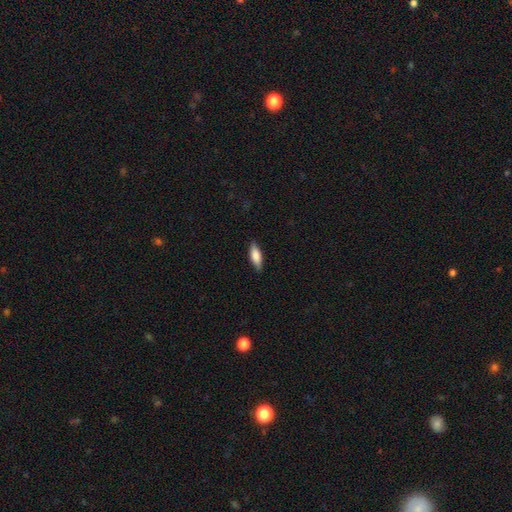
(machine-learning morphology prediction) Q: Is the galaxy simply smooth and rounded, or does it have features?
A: smooth — 79%.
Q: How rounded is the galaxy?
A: in between — 66%.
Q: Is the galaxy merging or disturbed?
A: none — 84%.